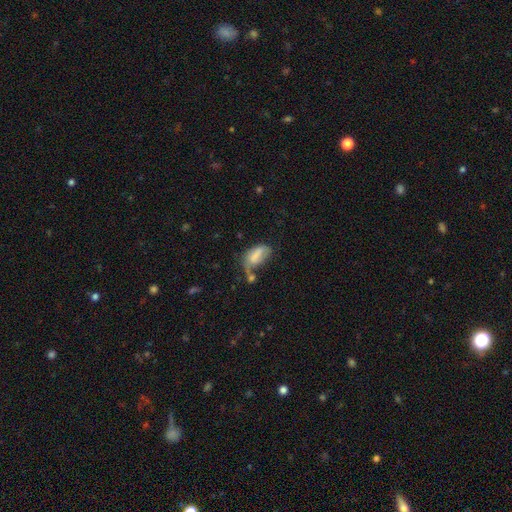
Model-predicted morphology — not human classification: Smooth or featured? smooth (71%)
How rounded? in between (91%)
Merging? none (27%)